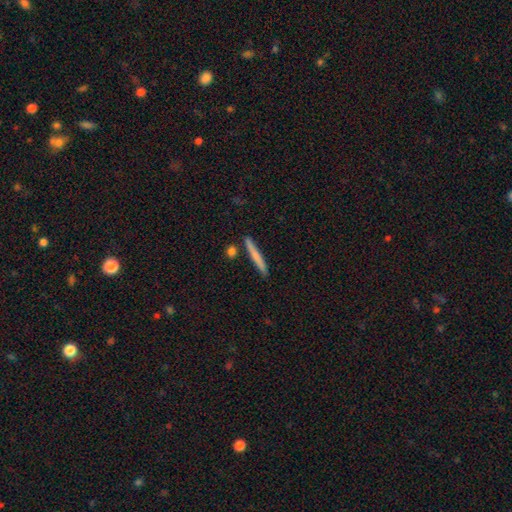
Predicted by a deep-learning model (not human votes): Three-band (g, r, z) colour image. It shows a smooth galaxy with no disk features (69%) that is cigar-shaped (96%). Merging: none (86%).